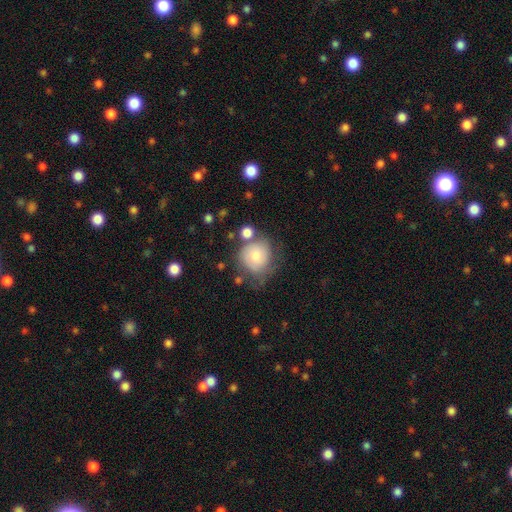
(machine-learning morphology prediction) smooth-or-featured: smooth: 71% | featured or disk: 20% | star or artifact: 8%
  how-rounded: round: 83% | in between: 16% | cigar-shaped: 1%
  merging: none: 47% | minor disturbance: 25% | major disturbance: 15% | merger: 14%